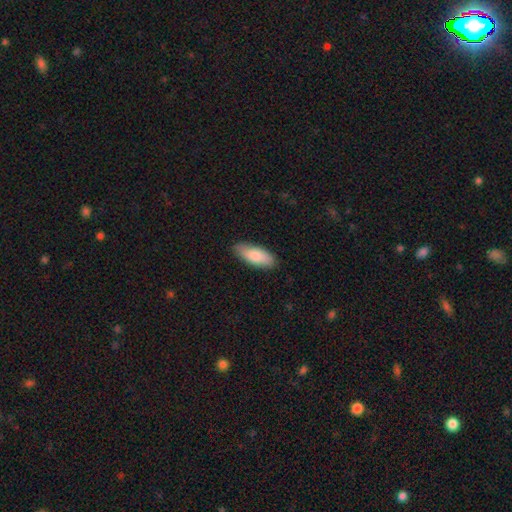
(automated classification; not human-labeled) A smooth galaxy with no disk features (83%) that is in between round and cigar-shaped (79%). Merging: none (86%).